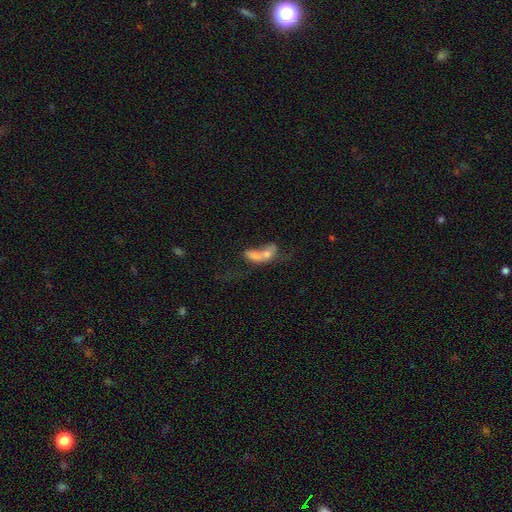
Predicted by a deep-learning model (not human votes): Overall: smooth (51%; featured or disk 37%). How rounded: in between (69%). Merging: merger (64%).